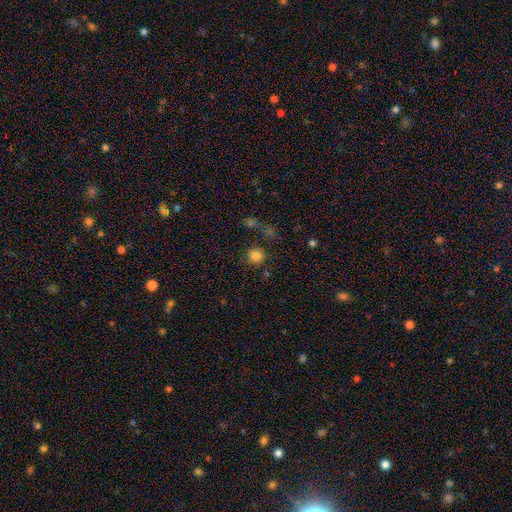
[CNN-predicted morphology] Q: Smooth or featured?
A: smooth (82%); runner-up: star or artifact (13%)
Q: How rounded?
A: round (91%); runner-up: in between (8%)
Q: Merging?
A: none (80%); runner-up: minor disturbance (9%)